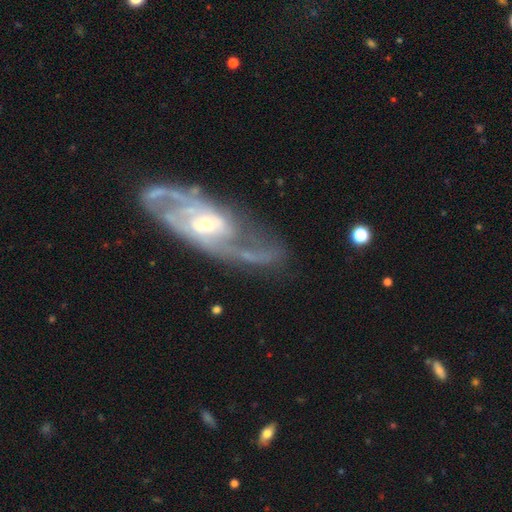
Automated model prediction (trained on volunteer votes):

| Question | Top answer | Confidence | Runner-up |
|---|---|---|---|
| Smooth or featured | featured or disk | 87% | smooth (7%) |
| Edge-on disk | no | 92% | yes (8%) |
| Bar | no | 56% | weak (32%) |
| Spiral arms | yes | 93% | no (7%) |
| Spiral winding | medium | 44% | tight (32%) |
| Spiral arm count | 2 | 62% | can't tell (16%) |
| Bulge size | small | 55% | moderate (40%) |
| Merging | none | 62% | minor disturbance (18%) |